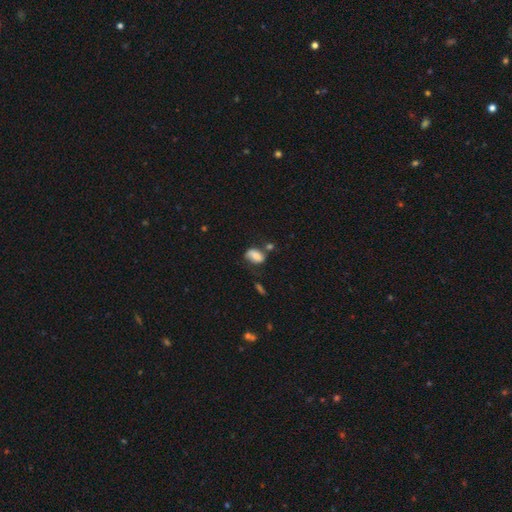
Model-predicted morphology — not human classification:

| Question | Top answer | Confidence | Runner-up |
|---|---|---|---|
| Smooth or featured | smooth | 64% | featured or disk (26%) |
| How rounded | in between | 84% | round (14%) |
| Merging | none | 47% | minor disturbance (28%) |